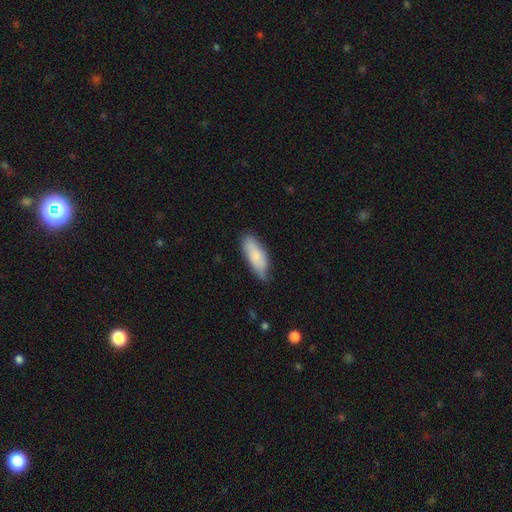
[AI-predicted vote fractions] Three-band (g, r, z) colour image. It shows a smooth galaxy with no disk features (80%) that is in between round and cigar-shaped (72%). Merging: none (68%).